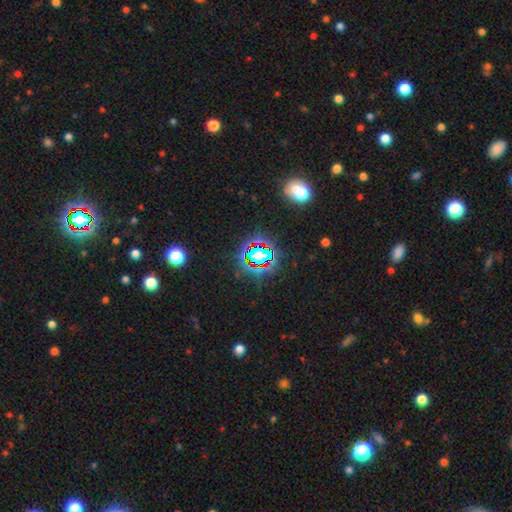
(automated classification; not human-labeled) star or artifact 78%, smooth 13%, featured or disk 8%.